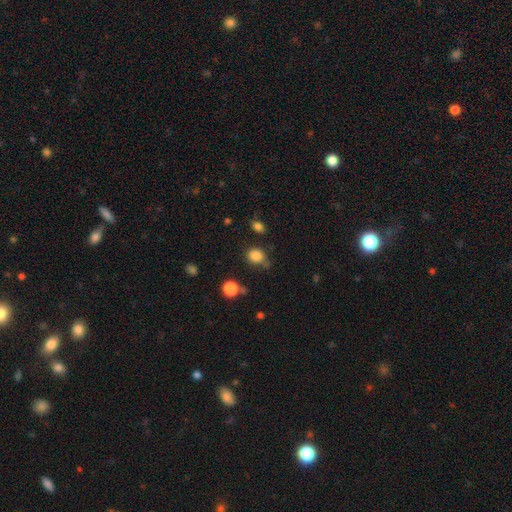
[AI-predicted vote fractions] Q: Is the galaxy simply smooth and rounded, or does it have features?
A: smooth — 82%.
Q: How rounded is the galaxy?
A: round — 71%.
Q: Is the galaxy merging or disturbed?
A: none — 71%.